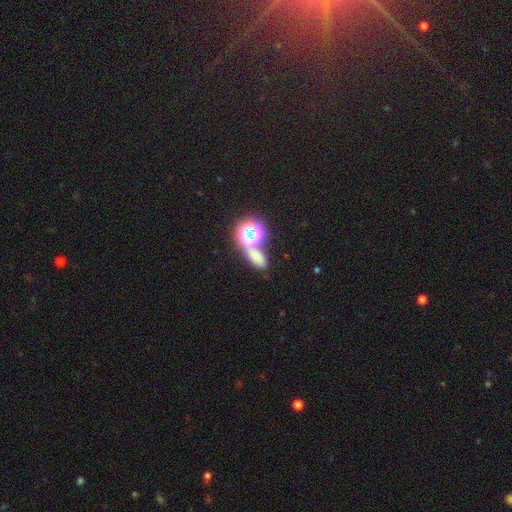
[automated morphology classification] smooth 59%, star or artifact 31%, featured or disk 10%. Down the decision tree: how rounded — in between (70%); merging — none (50%).